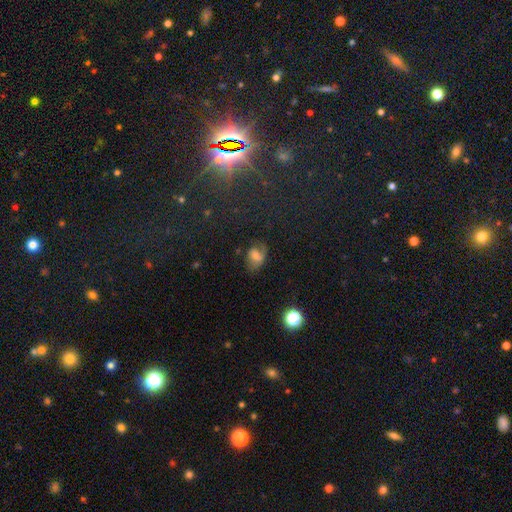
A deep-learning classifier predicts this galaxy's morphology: smooth_or_featured: smooth (p=0.54) [alt: featured or disk p=0.29]
how_rounded: in between (p=0.71) [alt: round p=0.27]
merging: none (p=0.50) [alt: minor disturbance p=0.28]